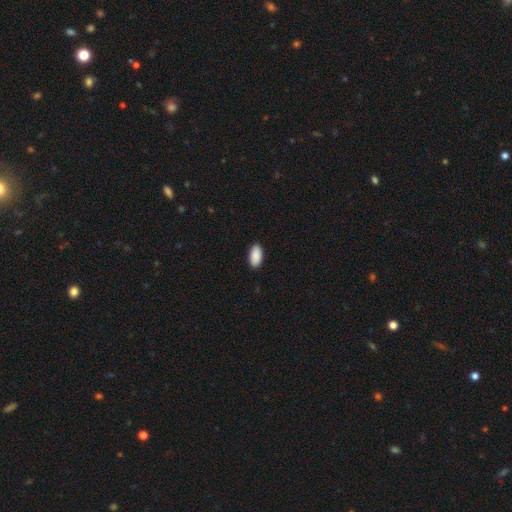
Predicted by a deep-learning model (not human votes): Smooth or featured: smooth — 91% (star or artifact — 6%)
How rounded: in between — 95% (cigar-shaped — 3%)
Merging: none — 90% (minor disturbance — 8%)